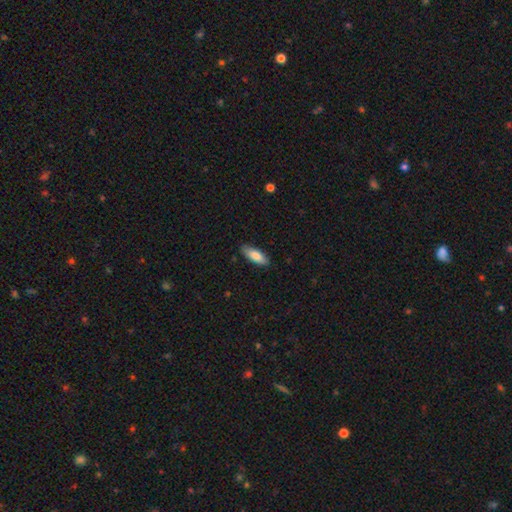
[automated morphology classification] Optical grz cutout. It shows a smooth galaxy with no disk features (82%) that is in between round and cigar-shaped (71%). Merging: none (84%).